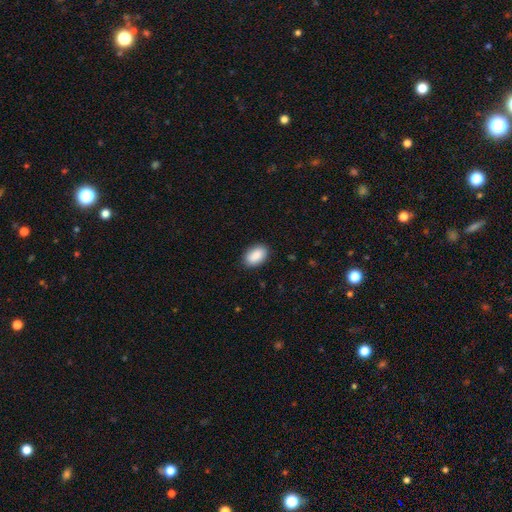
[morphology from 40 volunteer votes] smooth_or_featured: smooth (p=0.93) [alt: featured or disk p=0.05]
how_rounded: in between (p=0.89) [alt: round p=0.08]
merging: none (p=0.82) [alt: minor disturbance p=0.13]